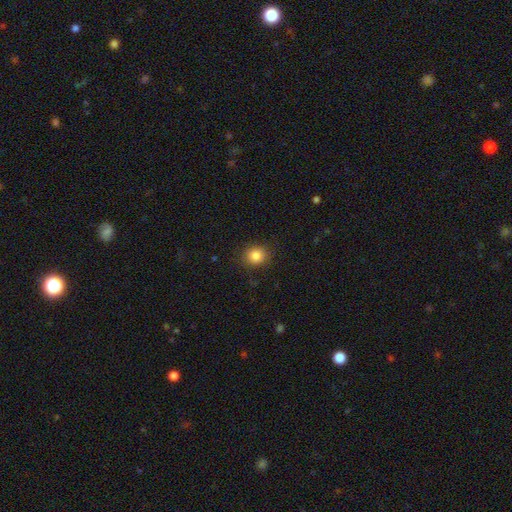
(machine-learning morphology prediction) Smooth or featured? Predicted: smooth (p=0.84). How rounded? Predicted: round (p=0.81). Merging? Predicted: none (p=0.87).